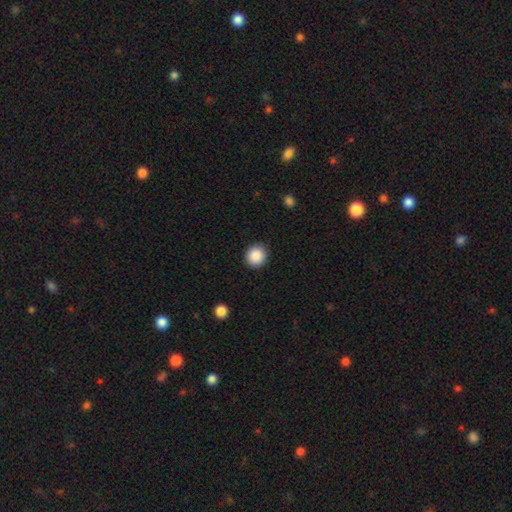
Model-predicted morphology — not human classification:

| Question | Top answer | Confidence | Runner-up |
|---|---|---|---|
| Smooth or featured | smooth | 89% | star or artifact (8%) |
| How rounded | round | 87% | in between (12%) |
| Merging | none | 91% | minor disturbance (6%) |